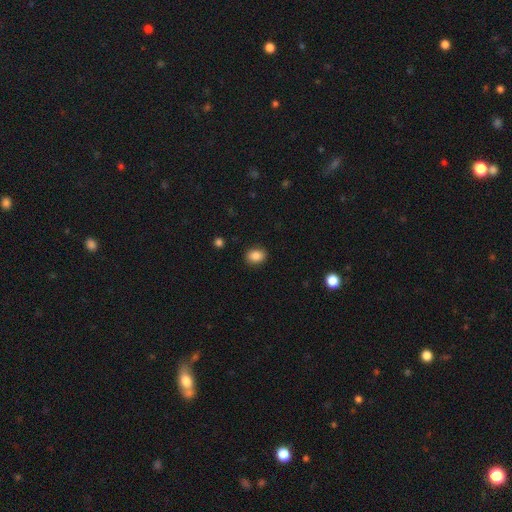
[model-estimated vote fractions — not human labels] Q: Smooth or featured?
A: smooth (86%); runner-up: star or artifact (9%)
Q: How rounded?
A: in between (59%); runner-up: round (40%)
Q: Merging?
A: none (88%); runner-up: minor disturbance (8%)